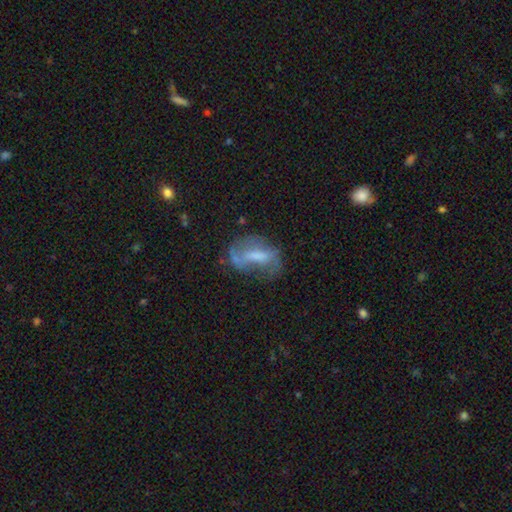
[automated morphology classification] smooth_or_featured: featured or disk (p=0.50) [alt: smooth p=0.40]
disk_edge_on: no (p=0.91) [alt: yes p=0.09]
merging: none (p=0.41) [alt: major disturbance p=0.28]